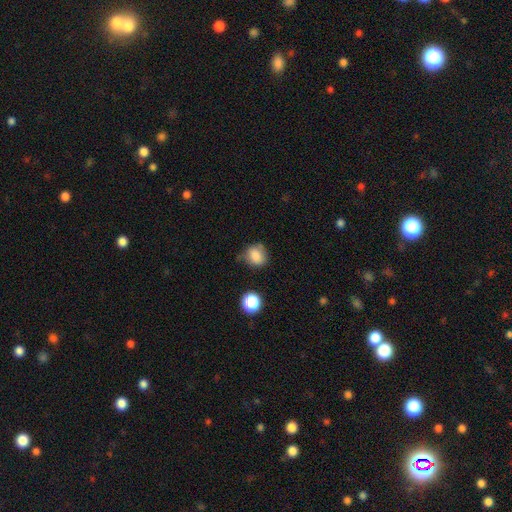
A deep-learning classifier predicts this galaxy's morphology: A smooth galaxy with no disk features (81%) that is round (70%).

Vote fractions:
- Smooth or featured? smooth: 81% / star or artifact: 11% / featured or disk: 9%
- How rounded? round: 70% / in between: 29% / cigar-shaped: 1%
- Merging? none: 61% / minor disturbance: 27% / major disturbance: 7% / merger: 5%